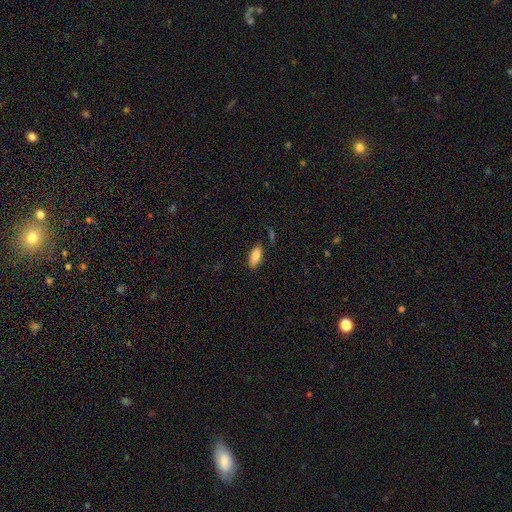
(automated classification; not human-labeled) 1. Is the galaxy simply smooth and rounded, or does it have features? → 87% smooth, 7% star or artifact, 6% featured or disk.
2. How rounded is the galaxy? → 85% in between, 13% cigar-shaped, 2% round.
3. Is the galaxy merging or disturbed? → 79% none, 15% minor disturbance, 3% major disturbance, 3% merger.